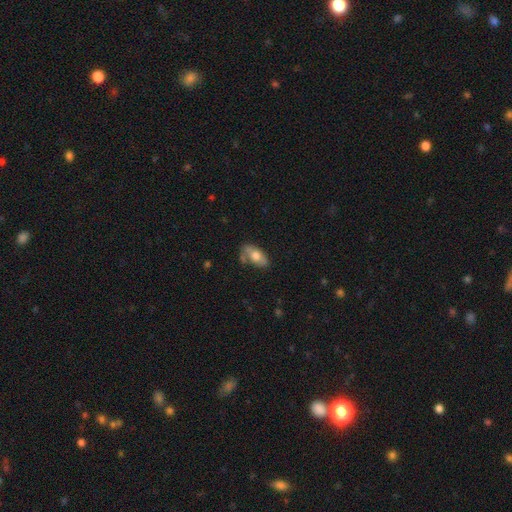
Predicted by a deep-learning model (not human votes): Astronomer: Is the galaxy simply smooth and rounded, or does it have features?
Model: smooth — 63%.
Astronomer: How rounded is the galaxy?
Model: in between — 90%.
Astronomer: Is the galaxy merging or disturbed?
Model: none — 58%.